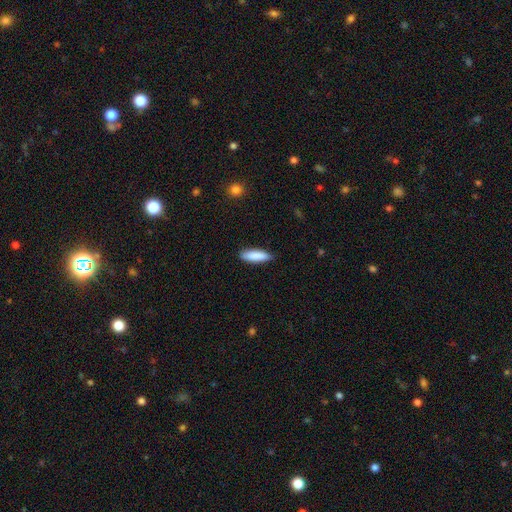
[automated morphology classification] A smooth galaxy with no disk features (88%) that is cigar-shaped (56%). Merging: none (86%).